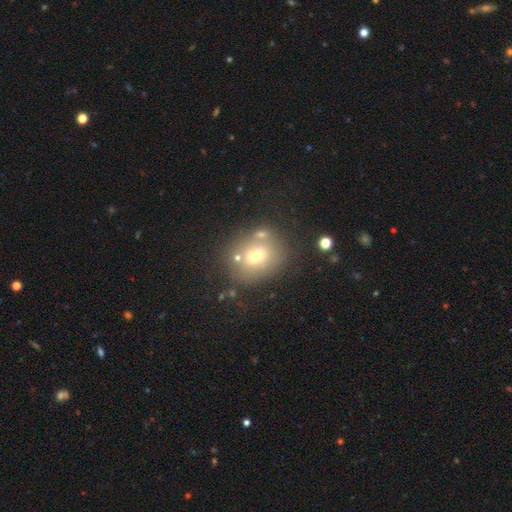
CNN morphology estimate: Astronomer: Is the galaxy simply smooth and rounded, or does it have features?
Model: smooth — 66%.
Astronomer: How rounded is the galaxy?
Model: round — 62% (runner-up: in between, 37%).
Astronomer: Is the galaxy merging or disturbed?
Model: none — 67%.